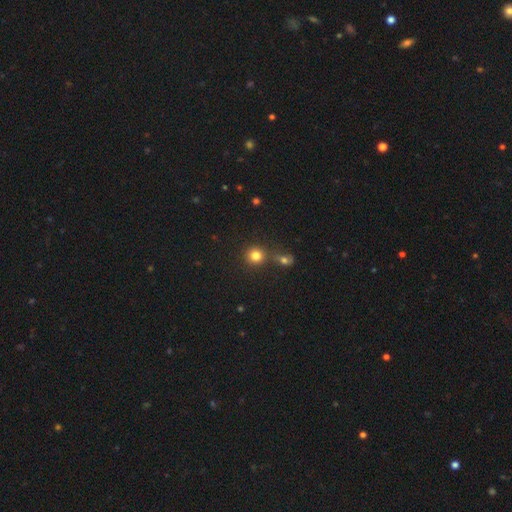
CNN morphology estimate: The model was most divided on "merging": none: 70%, merger: 18%, minor disturbance: 8%, major disturbance: 3%. More confident: how rounded — round (89%); smooth or featured — smooth (80%).